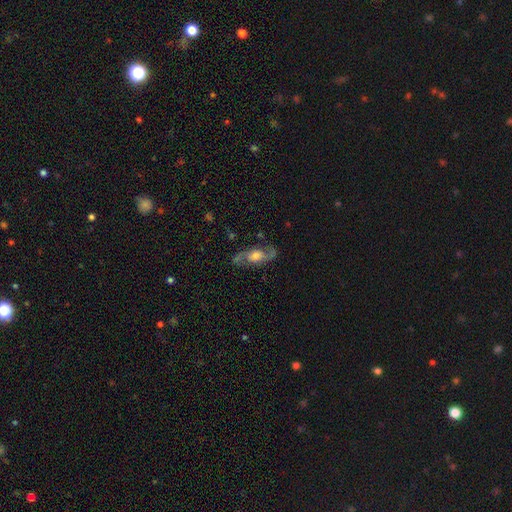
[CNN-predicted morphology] Q: Smooth or featured?
A: featured or disk (81%); runner-up: smooth (13%)
Q: Edge-on disk?
A: no (90%); runner-up: yes (10%)
Q: Bar?
A: no (62%); runner-up: weak (30%)
Q: Spiral arms?
A: yes (93%); runner-up: no (7%)
Q: Spiral winding?
A: loose (47%); runner-up: medium (42%)
Q: Spiral arm count?
A: 2 (92%); runner-up: can't tell (3%)
Q: Bulge size?
A: moderate (49%); runner-up: large (31%)
Q: Merging?
A: none (77%); runner-up: minor disturbance (14%)